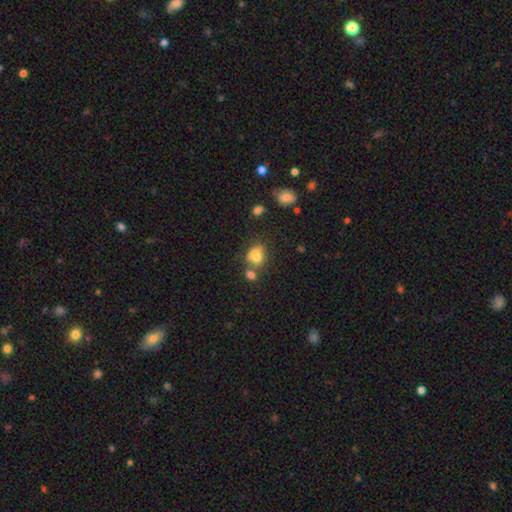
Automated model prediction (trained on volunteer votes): Smooth or featured: smooth — 70% (featured or disk — 17%)
How rounded: in between — 58% (round — 39%)
Merging: none — 41% (merger — 31%)